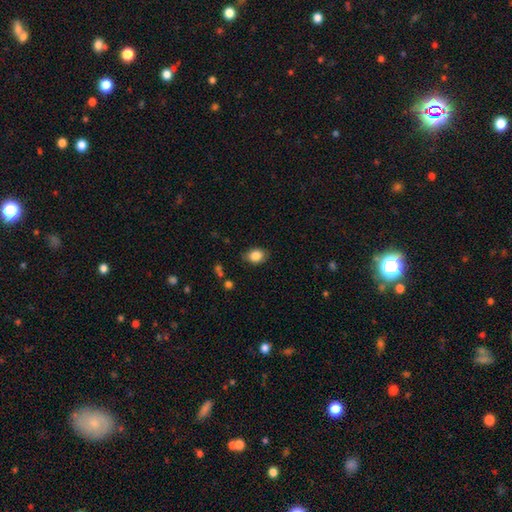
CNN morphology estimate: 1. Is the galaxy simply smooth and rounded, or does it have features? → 86% smooth, 8% star or artifact, 6% featured or disk.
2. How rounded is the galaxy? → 60% in between, 39% round, 1% cigar-shaped.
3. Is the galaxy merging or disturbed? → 82% none, 14% minor disturbance, 3% major disturbance, 1% merger.